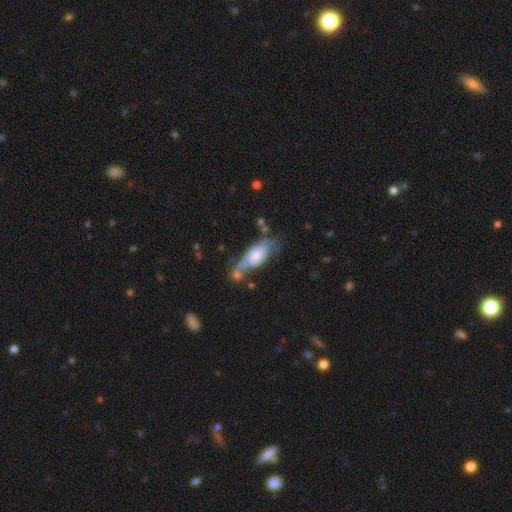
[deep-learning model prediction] smooth_or_featured: smooth (p=0.50) [alt: featured or disk p=0.43]
merging: none (p=0.36) [alt: minor disturbance p=0.26]